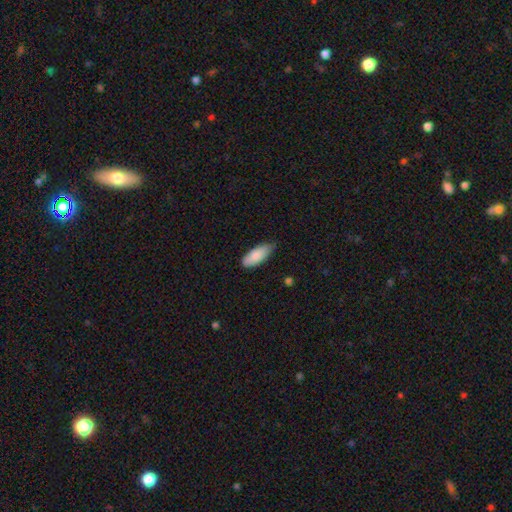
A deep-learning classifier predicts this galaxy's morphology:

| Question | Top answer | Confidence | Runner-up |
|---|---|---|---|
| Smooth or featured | smooth | 86% | featured or disk (8%) |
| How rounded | in between | 80% | cigar-shaped (18%) |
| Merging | none | 70% | minor disturbance (26%) |